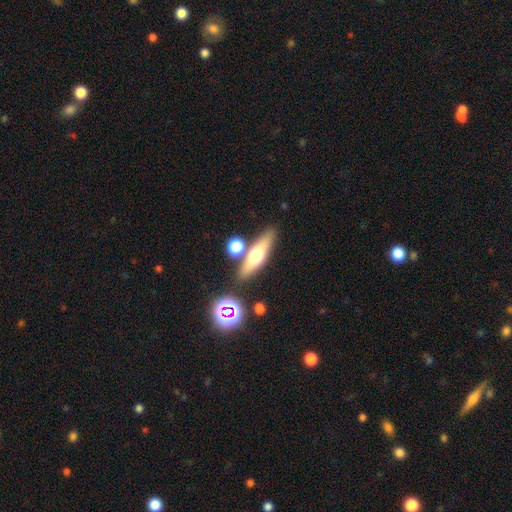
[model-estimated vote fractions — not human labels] smooth-or-featured: smooth: 49% | featured or disk: 42% | star or artifact: 9%
  merging: none: 77% | merger: 11% | minor disturbance: 9% | major disturbance: 3%